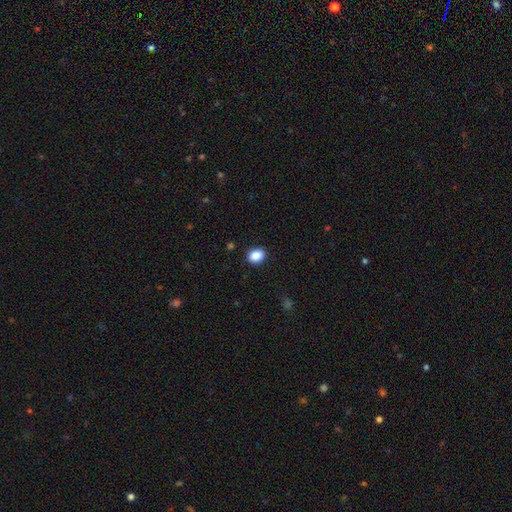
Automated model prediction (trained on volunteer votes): Q: Smooth or featured?
A: smooth (87%); runner-up: star or artifact (9%)
Q: How rounded?
A: in between (58%); runner-up: round (41%)
Q: Merging?
A: none (90%); runner-up: minor disturbance (7%)